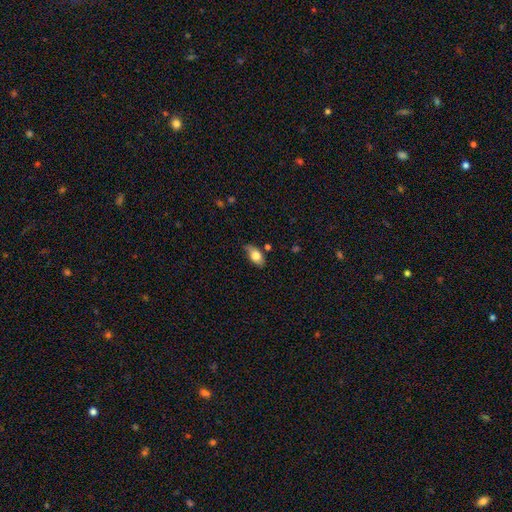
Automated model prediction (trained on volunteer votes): smooth-or-featured: smooth: 74% | featured or disk: 19% | star or artifact: 7%
  how-rounded: in between: 89% | round: 6% | cigar-shaped: 5%
  merging: none: 65% | minor disturbance: 27% | major disturbance: 5% | merger: 3%